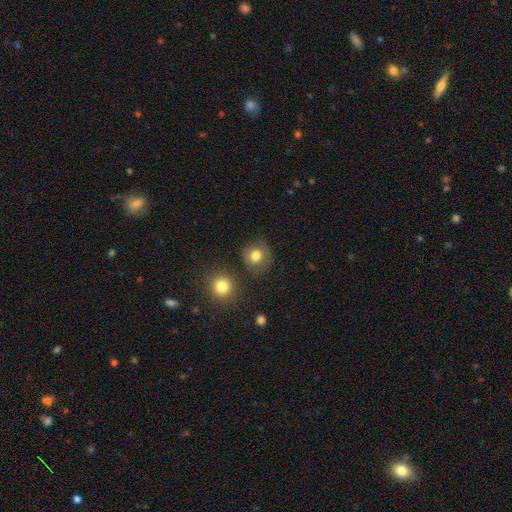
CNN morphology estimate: Smooth or featured? smooth (76%)
How rounded? round (82%)
Merging? none (73%)